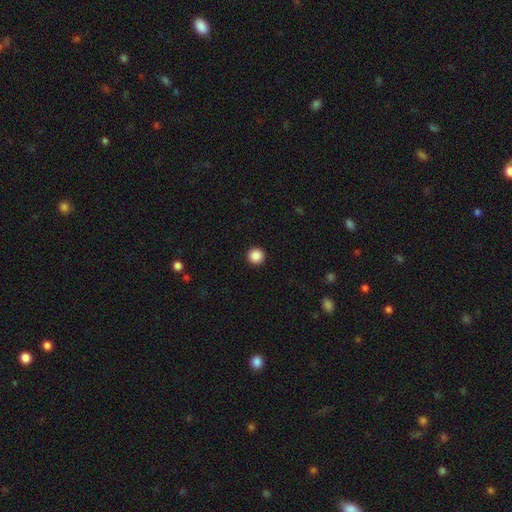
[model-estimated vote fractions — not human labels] Q: Smooth or featured?
A: smooth (88%); runner-up: star or artifact (10%)
Q: How rounded?
A: round (96%); runner-up: in between (3%)
Q: Merging?
A: none (94%); runner-up: minor disturbance (4%)